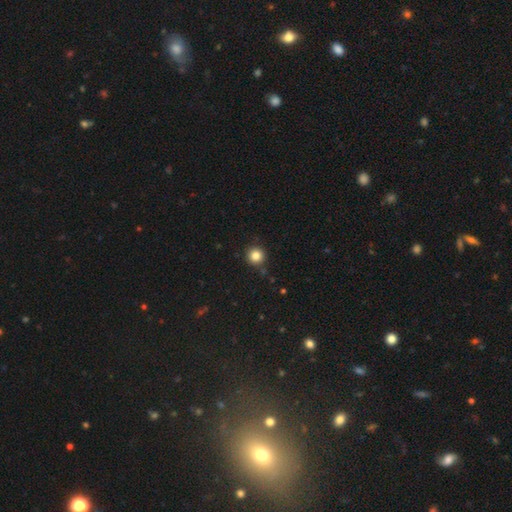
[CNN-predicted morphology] Smooth or featured: smooth — 85% (star or artifact — 11%)
How rounded: round — 95% (in between — 4%)
Merging: none — 89% (minor disturbance — 7%)